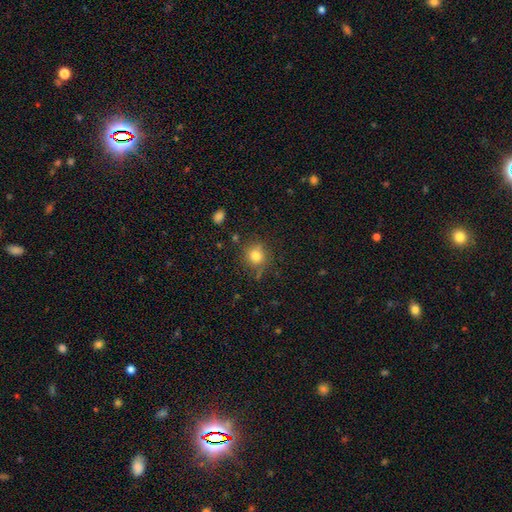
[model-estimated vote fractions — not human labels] This is clearly a smooth galaxy (80%). How rounded: clearly round (88%). Merging: likely none (78%).